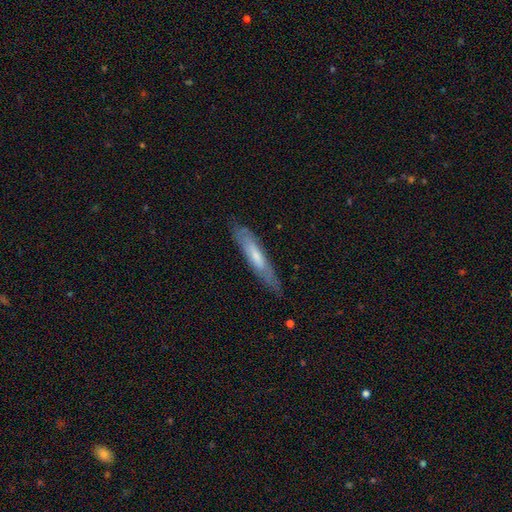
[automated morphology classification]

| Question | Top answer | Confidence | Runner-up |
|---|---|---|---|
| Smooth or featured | featured or disk | 50% | smooth (44%) |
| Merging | none | 79% | minor disturbance (16%) |